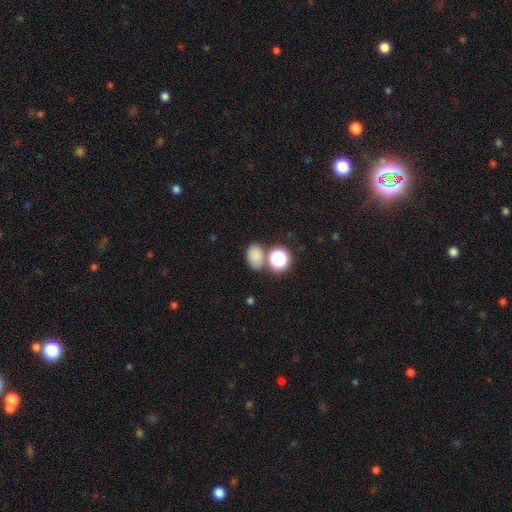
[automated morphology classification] Smooth or featured?
  - smooth: 77% *
  - star or artifact: 16%
  - featured or disk: 7%
How rounded?
  - in between: 69% *
  - round: 30%
  - cigar-shaped: 1%
Merging?
  - none: 63% *
  - merger: 20%
  - minor disturbance: 13%
  - major disturbance: 5%